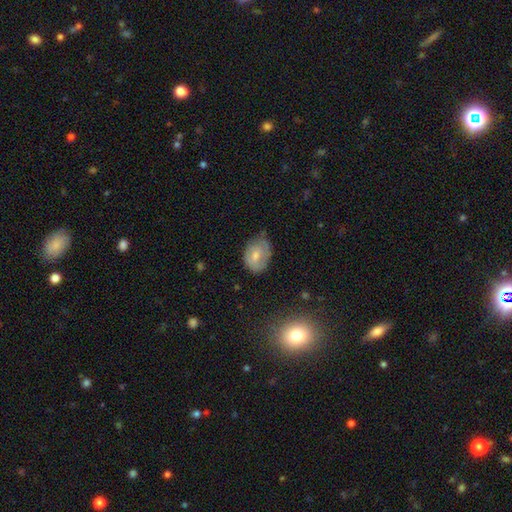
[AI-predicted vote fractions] This is likely a smooth galaxy (66%). How rounded: likely in between (70%). Merging: possibly none (47%).